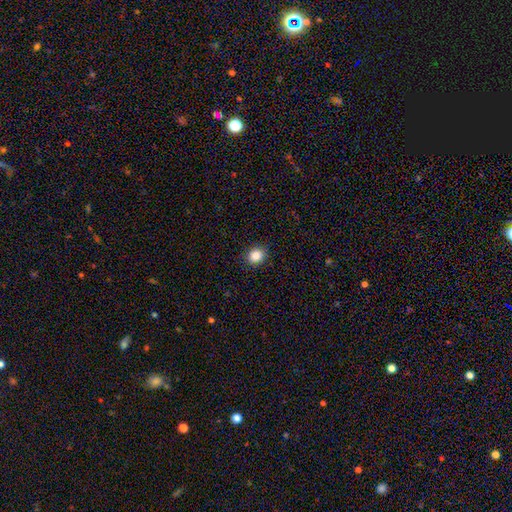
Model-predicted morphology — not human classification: The model was most divided on "how rounded": round: 70%, in between: 29%, cigar-shaped: 1%. More confident: merging — none (90%); smooth or featured — smooth (86%).